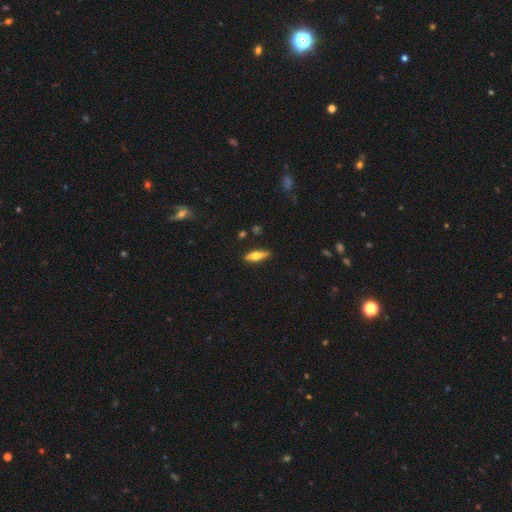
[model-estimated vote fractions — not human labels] Q: Smooth or featured?
A: smooth (53%); runner-up: featured or disk (40%)
Q: How rounded?
A: cigar-shaped (54%); runner-up: in between (43%)
Q: Merging?
A: none (88%); runner-up: minor disturbance (8%)